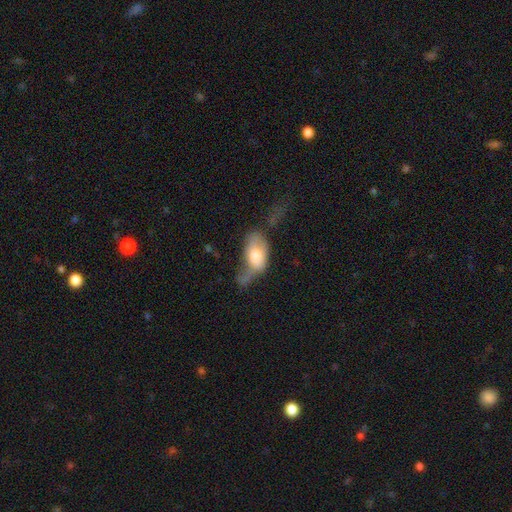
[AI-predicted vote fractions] A smooth galaxy with no disk features (67%) that is in between round and cigar-shaped (90%).

Vote fractions:
- Smooth or featured? smooth: 67% / featured or disk: 26% / star or artifact: 7%
- How rounded? in between: 90% / round: 6% / cigar-shaped: 4%
- Merging? major disturbance: 43% / minor disturbance: 24% / none: 18% / merger: 15%